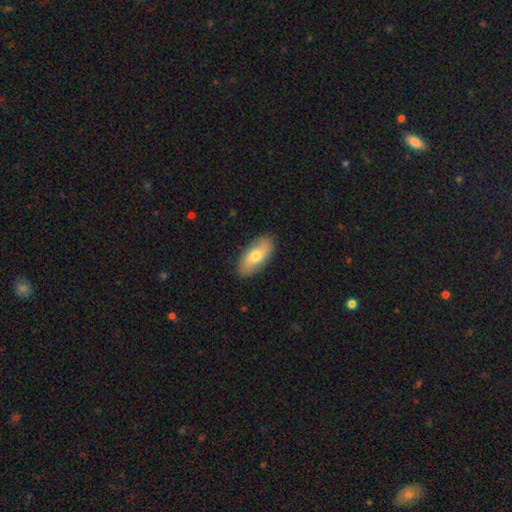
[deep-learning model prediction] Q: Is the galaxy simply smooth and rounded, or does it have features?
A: smooth — 68%.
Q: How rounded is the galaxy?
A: in between — 88%.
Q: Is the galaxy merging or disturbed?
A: none — 87%.